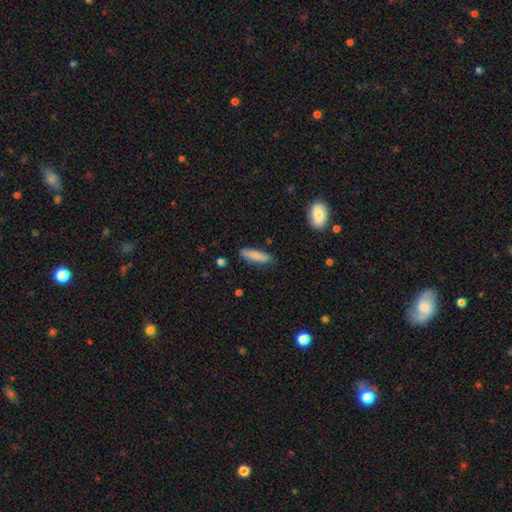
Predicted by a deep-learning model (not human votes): A smooth galaxy with no disk features (84%) that is cigar-shaped (73%).

Vote fractions:
- Smooth or featured? smooth: 84% / featured or disk: 11% / star or artifact: 6%
- How rounded? cigar-shaped: 73% / in between: 25% / round: 2%
- Merging? none: 84% / minor disturbance: 13% / major disturbance: 2% / merger: 2%